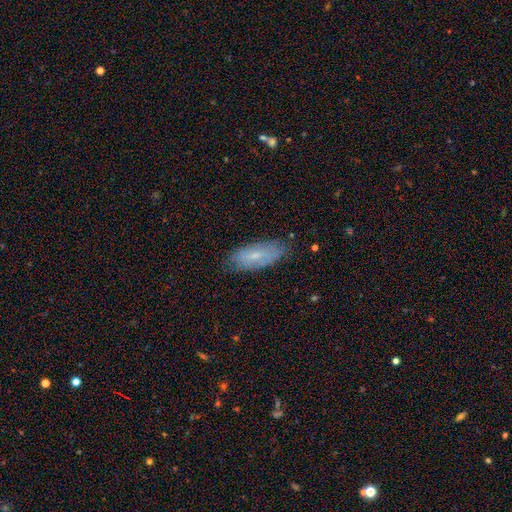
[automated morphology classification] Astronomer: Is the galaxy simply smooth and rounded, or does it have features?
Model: smooth — 56% (runner-up: featured or disk, 36%).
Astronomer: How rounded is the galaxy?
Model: in between — 76%.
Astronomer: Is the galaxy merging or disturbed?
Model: none — 79%.